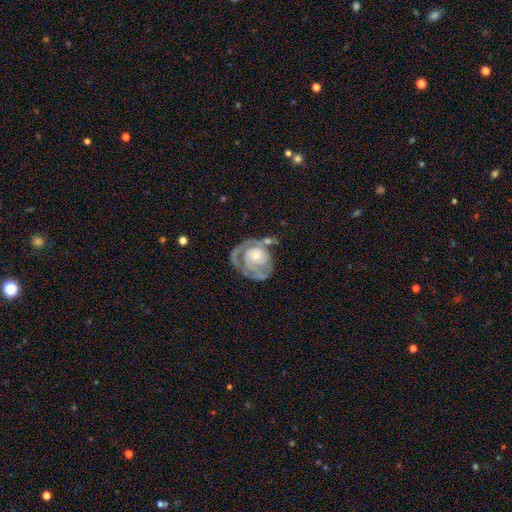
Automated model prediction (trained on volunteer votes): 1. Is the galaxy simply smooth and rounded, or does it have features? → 82% featured or disk, 13% smooth, 5% star or artifact.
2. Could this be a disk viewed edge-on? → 98% no, 2% yes.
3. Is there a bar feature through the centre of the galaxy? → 80% no, 17% weak, 4% strong.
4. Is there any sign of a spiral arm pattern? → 89% yes, 11% no.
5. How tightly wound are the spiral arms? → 66% tight, 25% medium, 8% loose.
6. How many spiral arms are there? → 35% 2, 23% can't tell, 23% 1, 12% 3, 3% 4, 3% more than 4.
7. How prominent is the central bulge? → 60% small, 31% moderate, 5% large, 3% none, 1% dominant.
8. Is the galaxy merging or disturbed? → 48% none, 22% minor disturbance, 20% major disturbance, 10% merger.